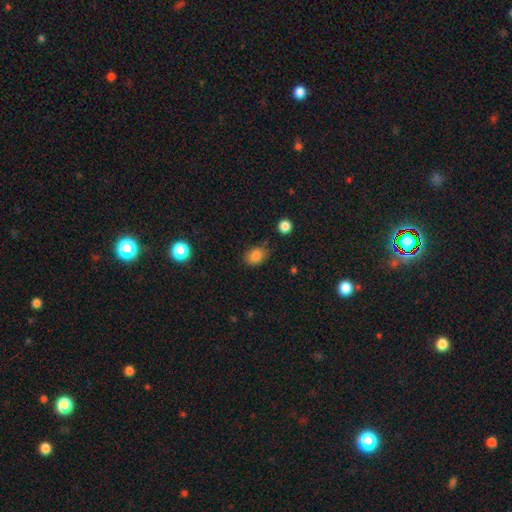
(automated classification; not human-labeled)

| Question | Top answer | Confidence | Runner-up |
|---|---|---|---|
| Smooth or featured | smooth | 84% | star or artifact (11%) |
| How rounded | in between | 66% | round (33%) |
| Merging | none | 74% | minor disturbance (20%) |